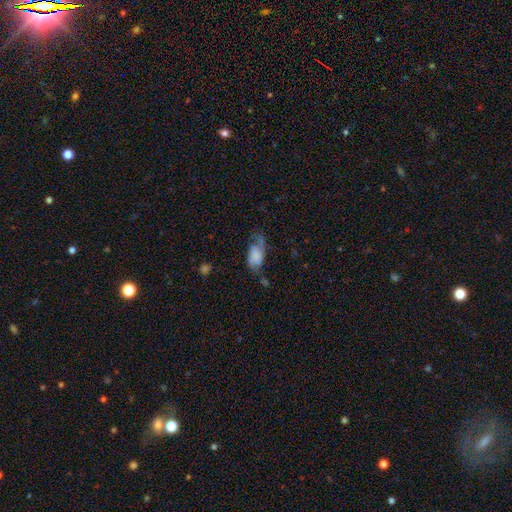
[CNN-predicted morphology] Smooth or featured?
  - smooth: 55% *
  - featured or disk: 36%
  - star or artifact: 9%
How rounded?
  - in between: 91% *
  - round: 6%
  - cigar-shaped: 3%
Merging?
  - none: 35% *
  - minor disturbance: 31%
  - major disturbance: 30%
  - merger: 4%